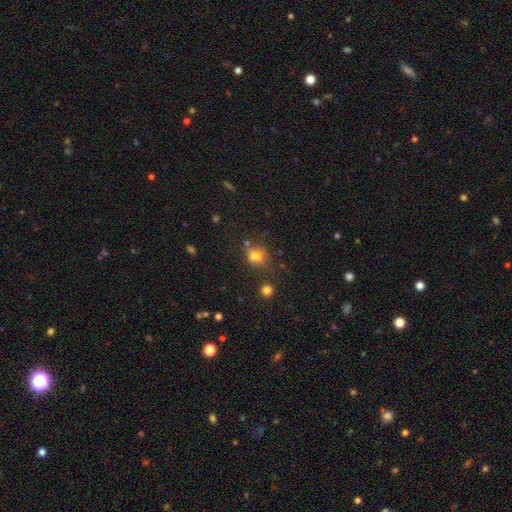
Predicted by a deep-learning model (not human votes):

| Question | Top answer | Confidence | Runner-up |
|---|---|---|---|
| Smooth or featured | smooth | 70% | star or artifact (17%) |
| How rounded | round | 57% | in between (42%) |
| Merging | none | 46% | merger (29%) |